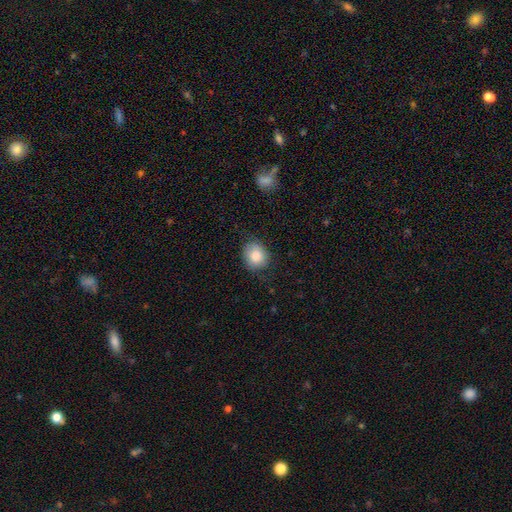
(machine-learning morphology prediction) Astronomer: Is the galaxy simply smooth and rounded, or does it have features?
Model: smooth — 83%.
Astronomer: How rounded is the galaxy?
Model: round — 69%.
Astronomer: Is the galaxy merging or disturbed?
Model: none — 76%.